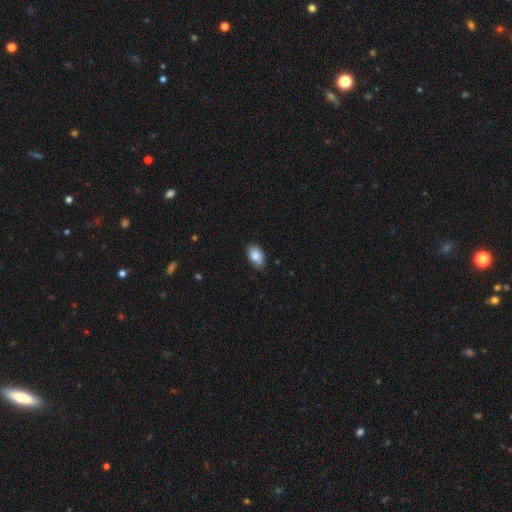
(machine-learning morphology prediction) This is clearly a smooth galaxy (87%). How rounded: clearly in between (92%). Merging: clearly none (81%).